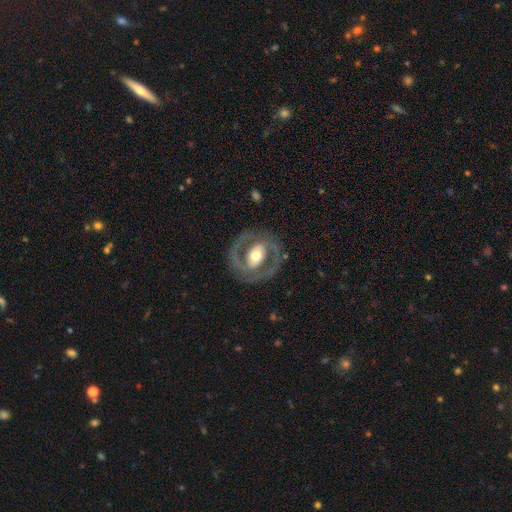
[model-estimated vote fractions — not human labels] A featured or disk galaxy (82%) with a strong bar (37%), 2 (88%) medium (50%) spiral arms (76%) and a moderate central bulge (67%). Merging: none (82%).